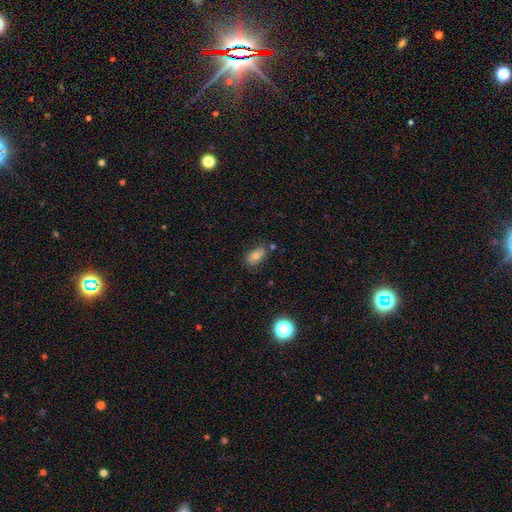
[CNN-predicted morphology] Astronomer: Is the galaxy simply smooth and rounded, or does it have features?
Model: smooth — 65%.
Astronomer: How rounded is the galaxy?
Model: in between — 86%.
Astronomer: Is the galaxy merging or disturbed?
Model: none — 66%.